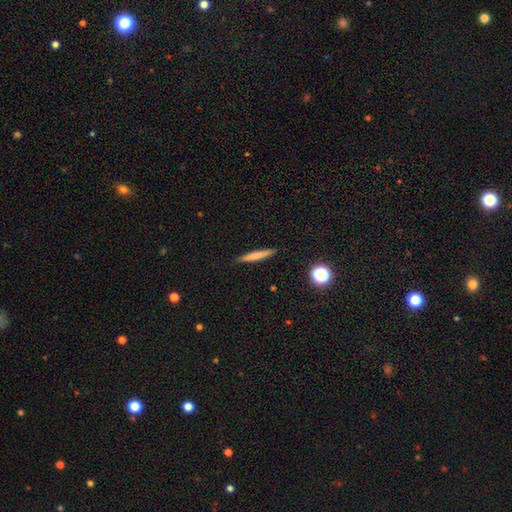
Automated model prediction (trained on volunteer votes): Morphology: type=smooth (70%); roundness=cigar-shaped (95%); merging=none (90%).